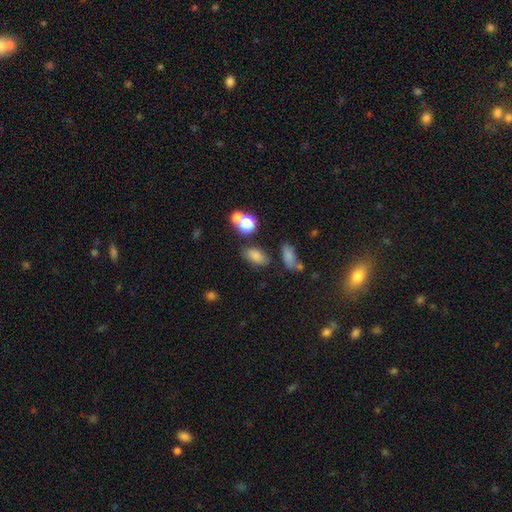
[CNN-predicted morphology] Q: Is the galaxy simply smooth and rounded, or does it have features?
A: smooth — 76%.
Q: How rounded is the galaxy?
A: in between — 84%.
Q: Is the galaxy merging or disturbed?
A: none — 69%.